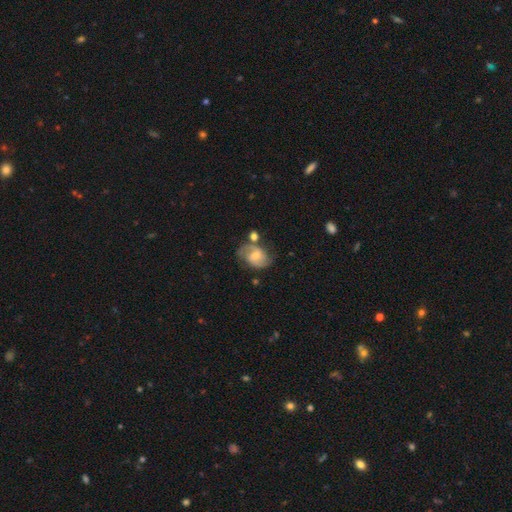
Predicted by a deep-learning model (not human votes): A featured or disk galaxy (67%) with a weak bar (50%), 2 (86%) medium (51%) spiral arms (90%) and a moderate central bulge (42%).

Vote fractions:
- Smooth or featured? featured or disk: 67% / smooth: 25% / star or artifact: 8%
- Edge-on disk? no: 97% / yes: 3%
- Bar? weak: 50% / no: 37% / strong: 13%
- Spiral arms? yes: 90% / no: 10%
- Spiral winding? medium: 51% / loose: 29% / tight: 21%
- Spiral arm count? 2: 86% / can't tell: 8% / 1: 3% / 3: 2% / 4: 1% / more than 4: 1%
- Bulge size? moderate: 42% / small: 36% / none: 12% / large: 9% / dominant: 2%
- Merging? none: 57% / minor disturbance: 21% / merger: 12% / major disturbance: 10%